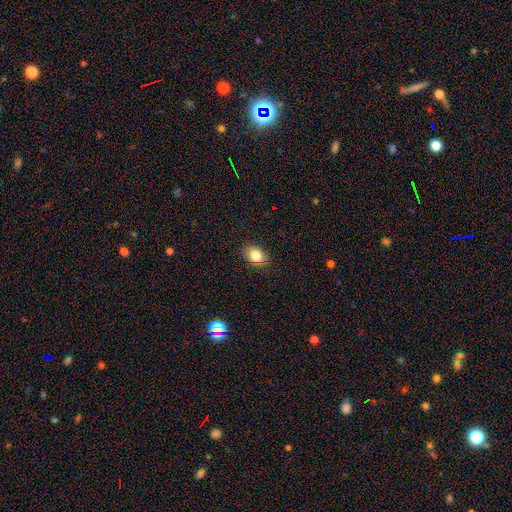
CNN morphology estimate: Smooth or featured: smooth — 83% (star or artifact — 10%)
How rounded: in between — 69% (round — 29%)
Merging: none — 86% (minor disturbance — 10%)